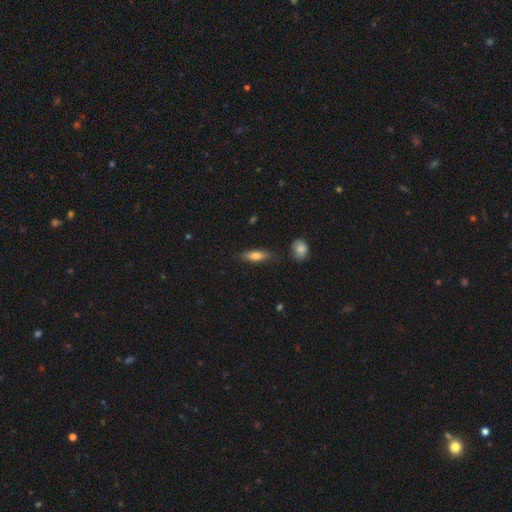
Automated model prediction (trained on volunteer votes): smooth_or_featured: smooth (p=0.73) [alt: featured or disk p=0.21]
how_rounded: in between (p=0.55) [alt: cigar-shaped p=0.42]
merging: none (p=0.77) [alt: minor disturbance p=0.17]